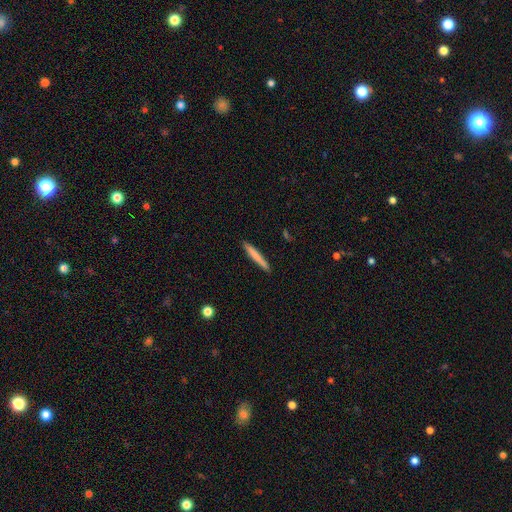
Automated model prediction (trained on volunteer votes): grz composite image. It shows a smooth galaxy with no disk features (73%) that is cigar-shaped (96%). Merging: none (91%).